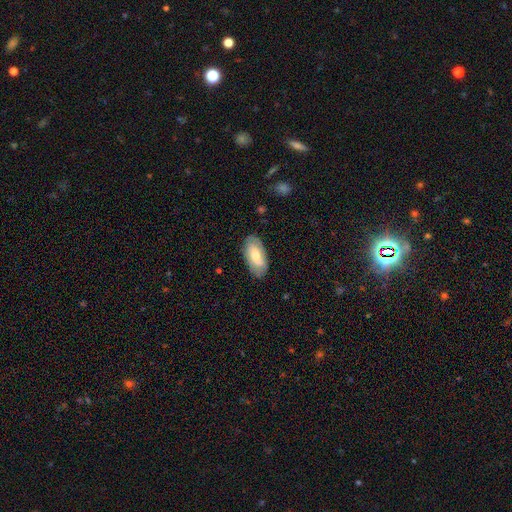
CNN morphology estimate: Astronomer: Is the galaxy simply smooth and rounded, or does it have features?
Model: smooth — 51% (runner-up: featured or disk, 43%).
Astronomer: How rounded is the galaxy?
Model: in between — 91%.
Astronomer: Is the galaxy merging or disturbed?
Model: none — 81%.